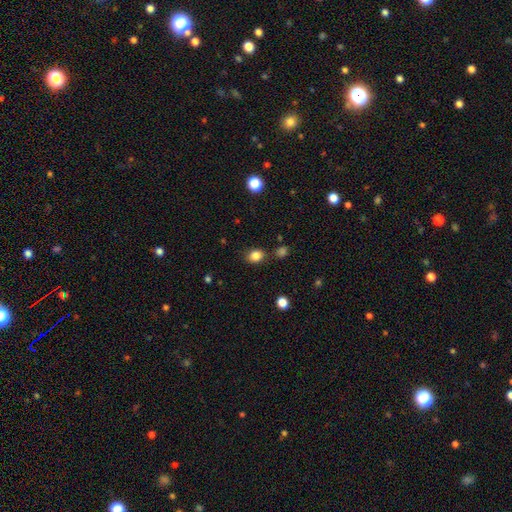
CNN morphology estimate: A smooth galaxy with no disk features (84%) that is in between round and cigar-shaped (53%). Merging: none (79%).